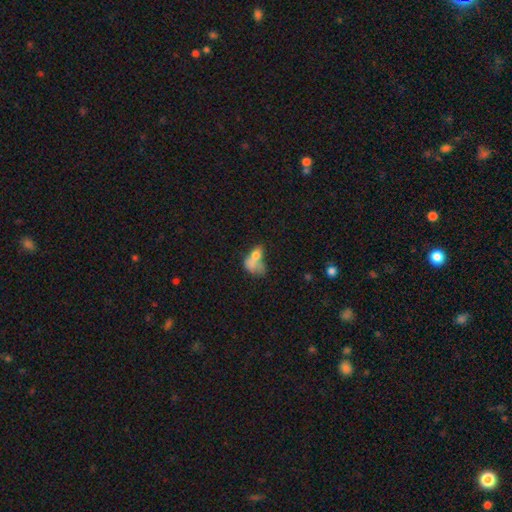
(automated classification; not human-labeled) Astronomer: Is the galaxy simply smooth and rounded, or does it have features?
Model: smooth — 67%.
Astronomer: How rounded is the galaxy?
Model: in between — 79%.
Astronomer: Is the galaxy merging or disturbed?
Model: merger — 57%.